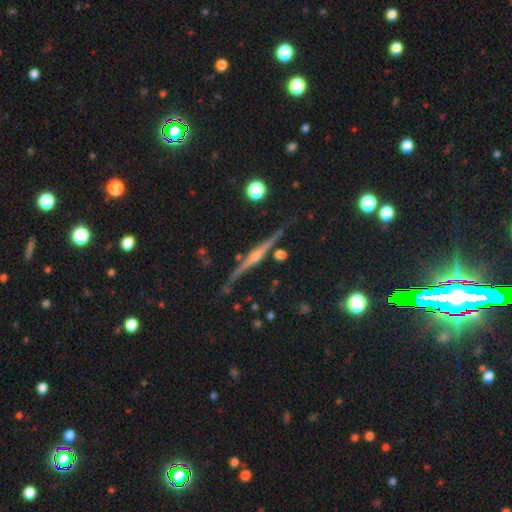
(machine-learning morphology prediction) This appears to be a featured or disk galaxy (84%) viewed edge-on (98%) with a rounded central bulge (88%). Merging: none (87%).